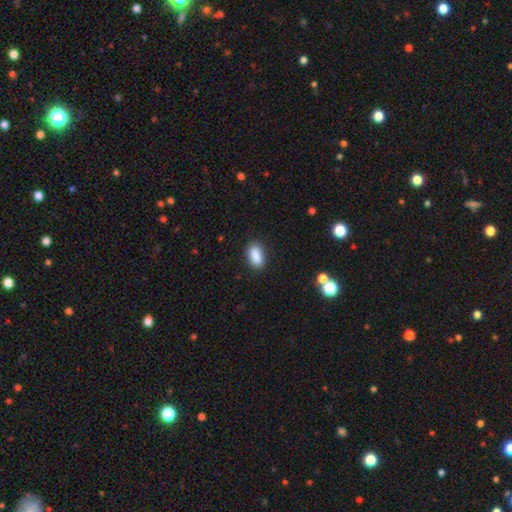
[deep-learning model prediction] The model was most divided on "merging": none: 85%, minor disturbance: 11%, major disturbance: 3%, merger: 1%. More confident: how rounded — in between (90%); smooth or featured — smooth (88%).